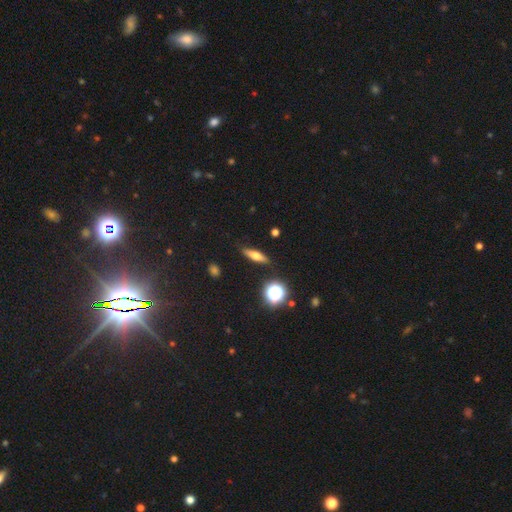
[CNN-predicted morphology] smooth-or-featured: smooth: 53% | featured or disk: 36% | star or artifact: 12%
  how-rounded: cigar-shaped: 62% | in between: 30% | round: 9%
  merging: none: 87% | minor disturbance: 9% | major disturbance: 2% | merger: 2%